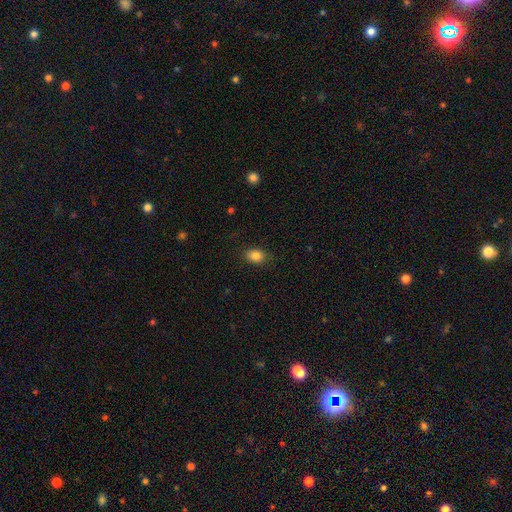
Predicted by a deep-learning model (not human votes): Q: Smooth or featured?
A: smooth (84%); runner-up: star or artifact (10%)
Q: How rounded?
A: in between (68%); runner-up: round (31%)
Q: Merging?
A: none (84%); runner-up: minor disturbance (12%)